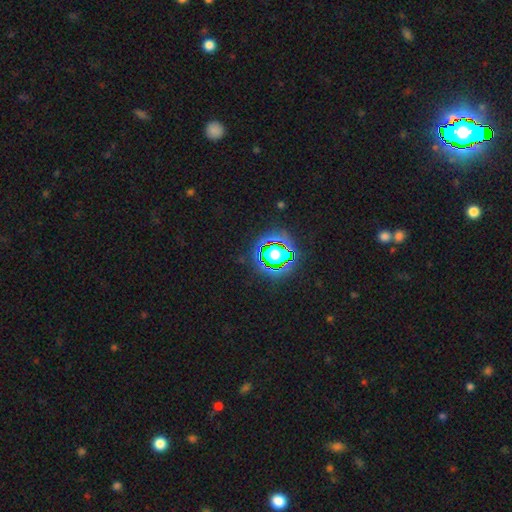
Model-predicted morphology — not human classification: This is clearly a star or artifact rather than a galaxy (81%).